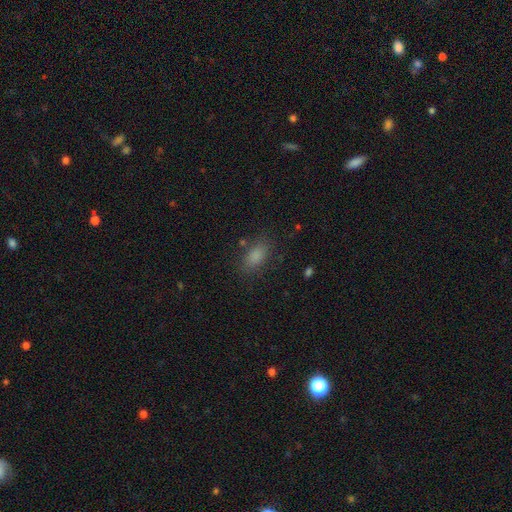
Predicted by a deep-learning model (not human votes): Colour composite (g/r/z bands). It shows a smooth galaxy with no disk features (83%) that is in between round and cigar-shaped (87%). Merging: none (81%).